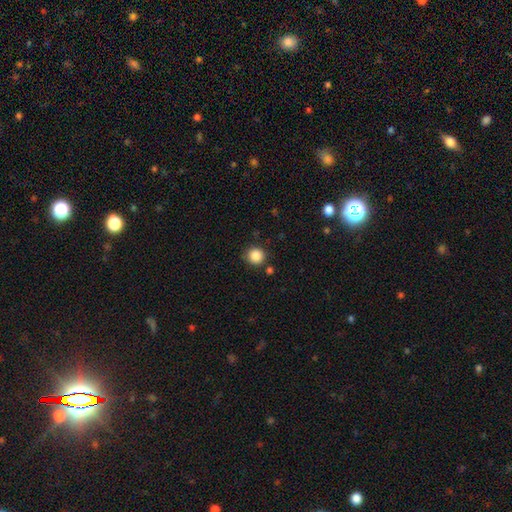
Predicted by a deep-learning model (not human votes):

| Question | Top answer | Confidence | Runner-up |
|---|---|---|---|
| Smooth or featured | smooth | 87% | star or artifact (10%) |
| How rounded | round | 93% | in between (6%) |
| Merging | none | 85% | minor disturbance (9%) |